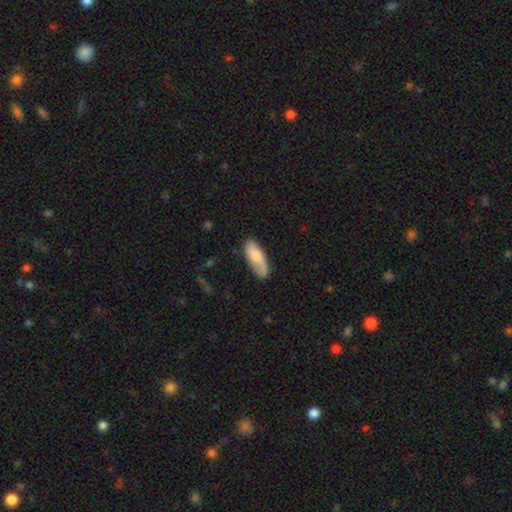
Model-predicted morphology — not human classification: type=smooth (67%); roundness=in between (76%); merging=none (66%).